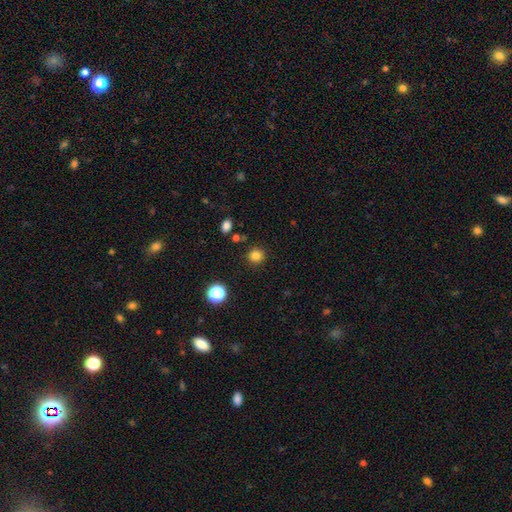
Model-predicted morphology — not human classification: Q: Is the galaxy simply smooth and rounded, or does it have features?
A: smooth — 82%.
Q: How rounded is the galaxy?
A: round — 92%.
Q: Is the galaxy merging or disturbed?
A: none — 89%.